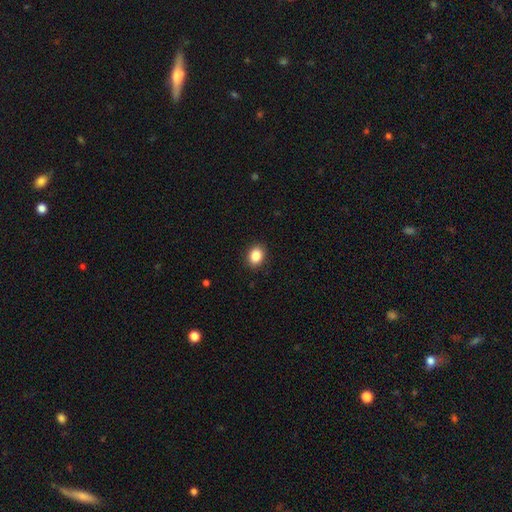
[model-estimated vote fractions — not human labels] A smooth galaxy with no disk features (87%) that is in between round and cigar-shaped (58%). Merging: none (89%).